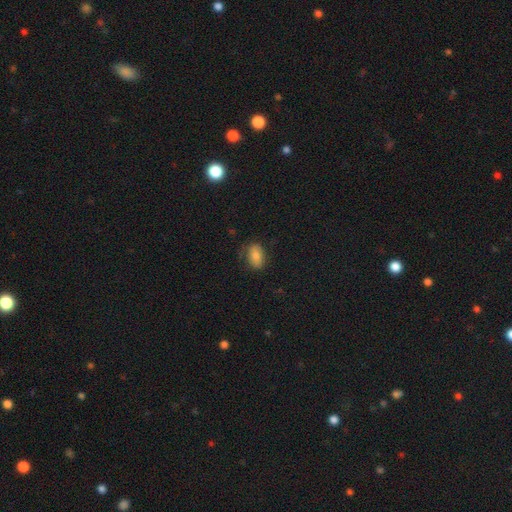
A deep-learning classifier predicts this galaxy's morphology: Smooth or featured? Predicted: smooth (p=0.82). How rounded? Predicted: in between (p=0.88). Merging? Predicted: none (p=0.72).